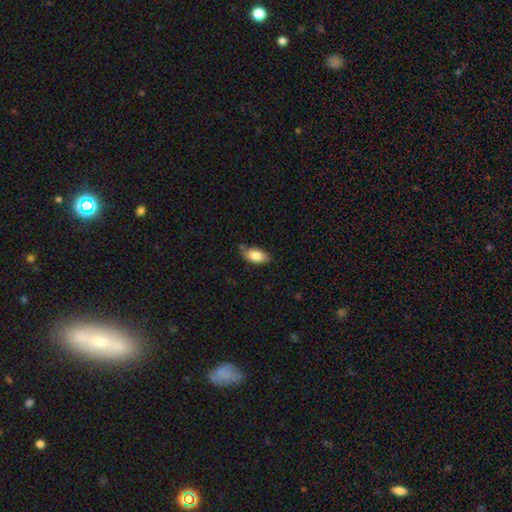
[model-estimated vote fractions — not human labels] Smooth or featured? smooth (83%)
How rounded? in between (92%)
Merging? none (73%)